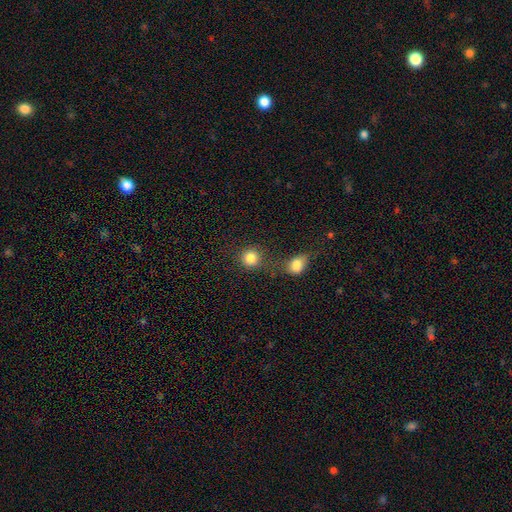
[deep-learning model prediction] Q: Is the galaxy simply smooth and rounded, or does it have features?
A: smooth — 76%.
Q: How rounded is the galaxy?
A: round — 85%.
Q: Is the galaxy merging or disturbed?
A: none — 51%.